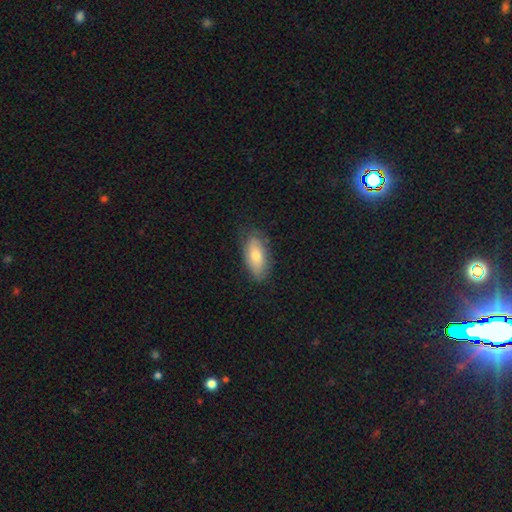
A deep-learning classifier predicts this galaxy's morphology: A smooth galaxy with no disk features (69%) that is in between round and cigar-shaped (88%). Merging: none (76%).